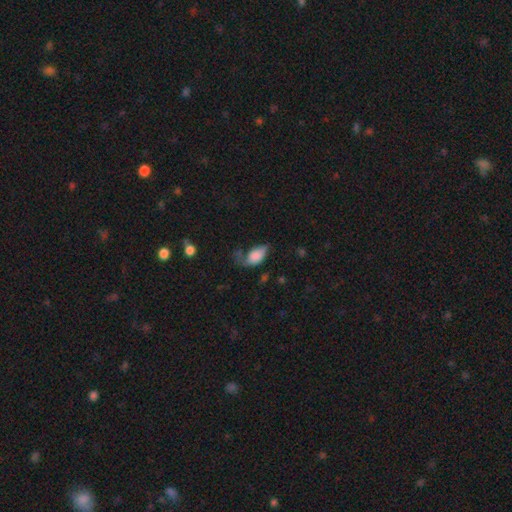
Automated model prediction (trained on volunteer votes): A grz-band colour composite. It shows a smooth galaxy with no disk features (78%) that is in between round and cigar-shaped (91%). Merging: major disturbance (34%).